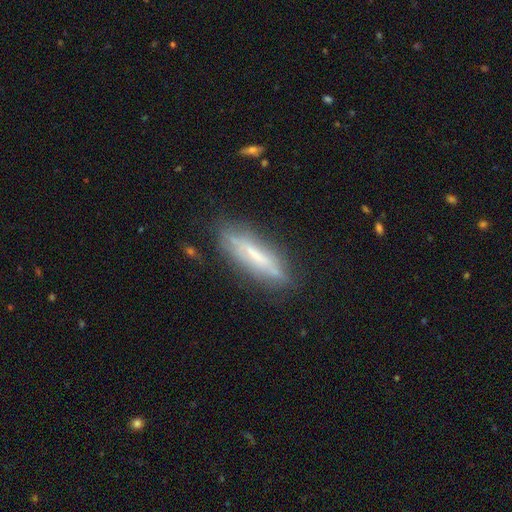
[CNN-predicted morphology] A featured or disk galaxy (52%) viewed edge-on (68%). Merging: none (68%).